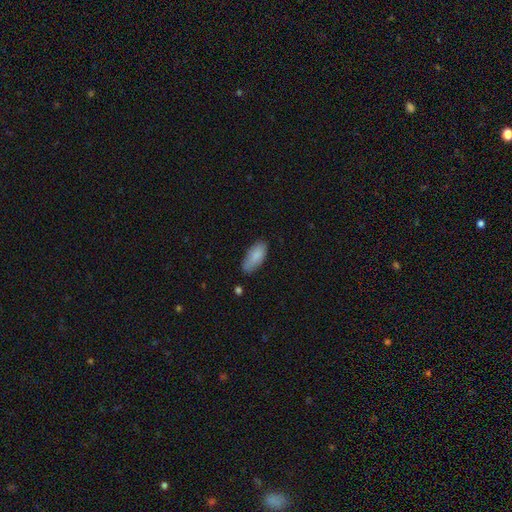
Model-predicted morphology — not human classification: smooth-or-featured: smooth: 87% | featured or disk: 7% | star or artifact: 6%
  how-rounded: in between: 86% | cigar-shaped: 12% | round: 2%
  merging: none: 74% | minor disturbance: 20% | major disturbance: 3% | merger: 2%